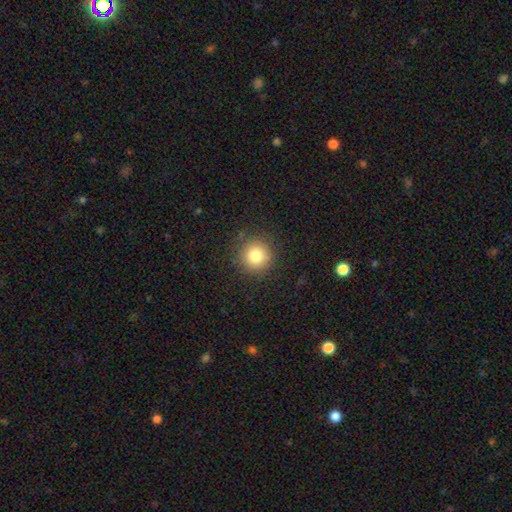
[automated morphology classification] Smooth or featured? smooth (82%)
How rounded? round (94%)
Merging? none (89%)